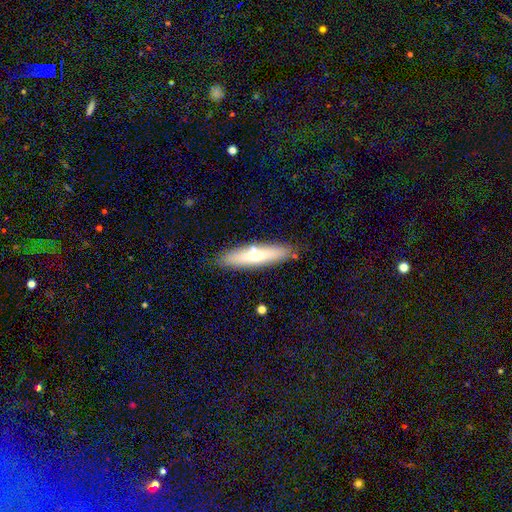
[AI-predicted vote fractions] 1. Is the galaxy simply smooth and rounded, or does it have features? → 57% smooth, 37% featured or disk, 6% star or artifact.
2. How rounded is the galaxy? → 78% cigar-shaped, 21% in between, 2% round.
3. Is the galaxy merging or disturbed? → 83% none, 11% minor disturbance, 4% merger, 2% major disturbance.